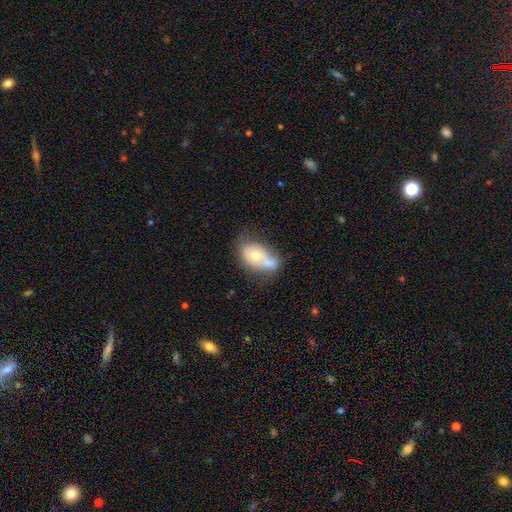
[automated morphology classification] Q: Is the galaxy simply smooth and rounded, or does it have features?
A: smooth — 61%.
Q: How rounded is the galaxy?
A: in between — 77%.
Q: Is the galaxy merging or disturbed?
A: merger — 53%.